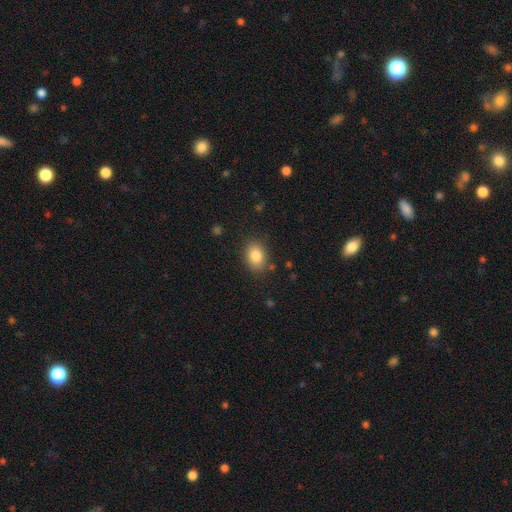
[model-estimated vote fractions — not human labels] smooth-or-featured: smooth: 84% | star or artifact: 9% | featured or disk: 7%
  how-rounded: in between: 72% | round: 27% | cigar-shaped: 1%
  merging: none: 84% | minor disturbance: 11% | major disturbance: 3% | merger: 2%